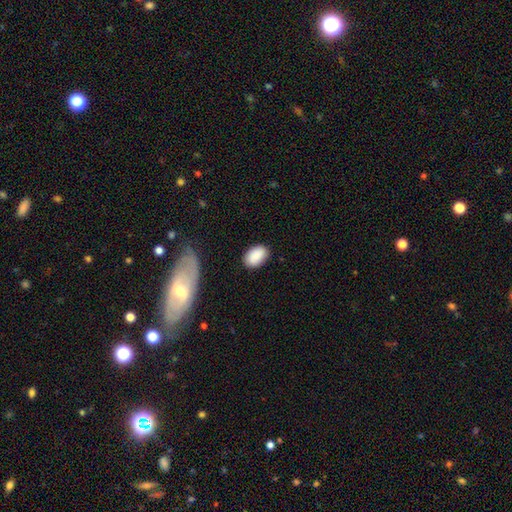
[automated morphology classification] The model was most divided on "merging": none: 83%, minor disturbance: 13%, major disturbance: 3%, merger: 2%. More confident: how rounded — in between (90%); smooth or featured — smooth (89%).